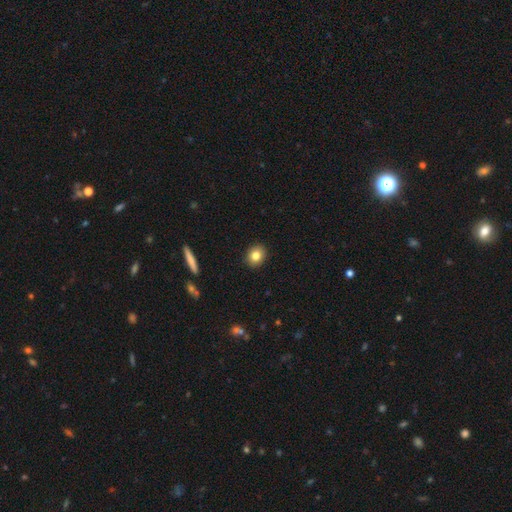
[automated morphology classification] smooth-or-featured: smooth: 82% | star or artifact: 9% | featured or disk: 9%
  how-rounded: round: 61% | in between: 38% | cigar-shaped: 1%
  merging: none: 91% | minor disturbance: 6% | major disturbance: 2% | merger: 1%